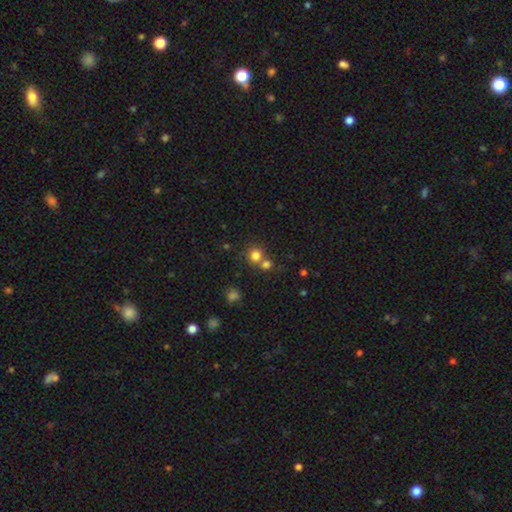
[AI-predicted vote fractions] A smooth galaxy with no disk features (79%) that is round (87%).

Vote fractions:
- Smooth or featured? smooth: 79% / star or artifact: 14% / featured or disk: 7%
- How rounded? round: 87% / in between: 12% / cigar-shaped: 1%
- Merging? none: 54% / merger: 37% / minor disturbance: 7% / major disturbance: 3%